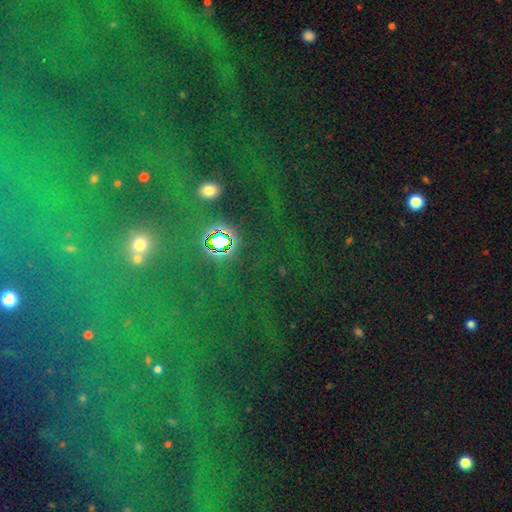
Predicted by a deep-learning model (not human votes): The model was most divided on "smooth or featured": star or artifact: 73%, smooth: 15%, featured or disk: 12%.